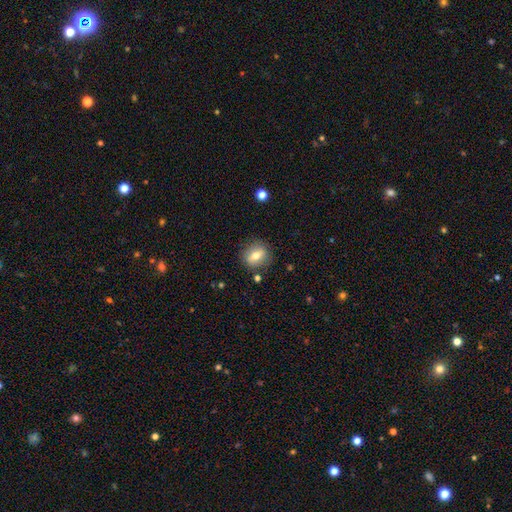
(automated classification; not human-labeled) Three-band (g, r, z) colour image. It shows a smooth galaxy with no disk features (60%) that is round (62%). Merging: none (83%).